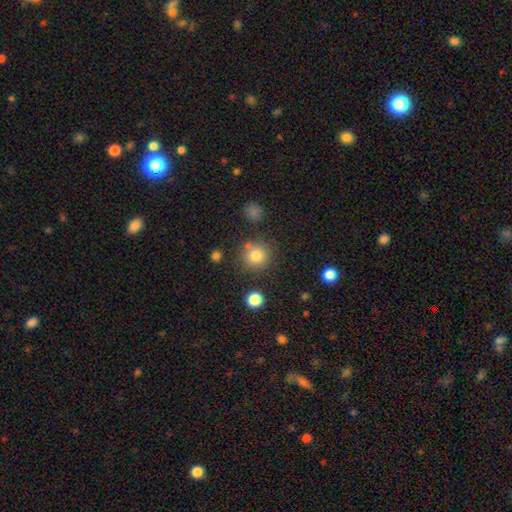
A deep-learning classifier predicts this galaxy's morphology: smooth_or_featured: smooth (p=0.80) [alt: star or artifact p=0.12]
how_rounded: round (p=0.92) [alt: in between p=0.07]
merging: none (p=0.78) [alt: minor disturbance p=0.10]